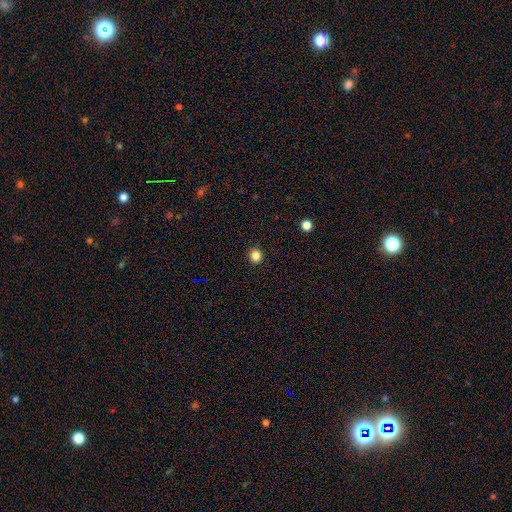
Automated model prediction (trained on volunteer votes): Overall: smooth (85%). How rounded: round (87%). Merging: none (92%).